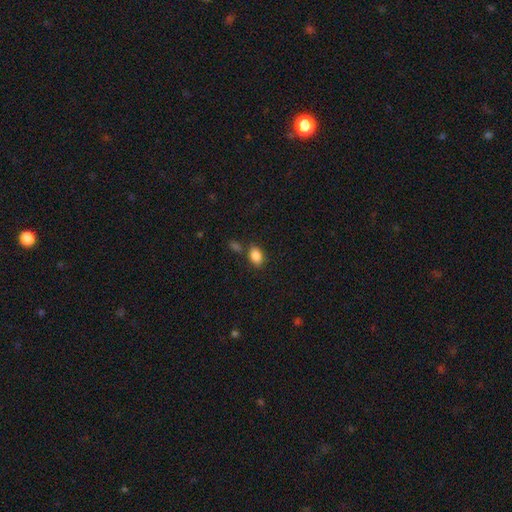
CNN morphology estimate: Smooth or featured: smooth — 86% (star or artifact — 9%)
How rounded: in between — 85% (round — 13%)
Merging: none — 74% (minor disturbance — 12%)